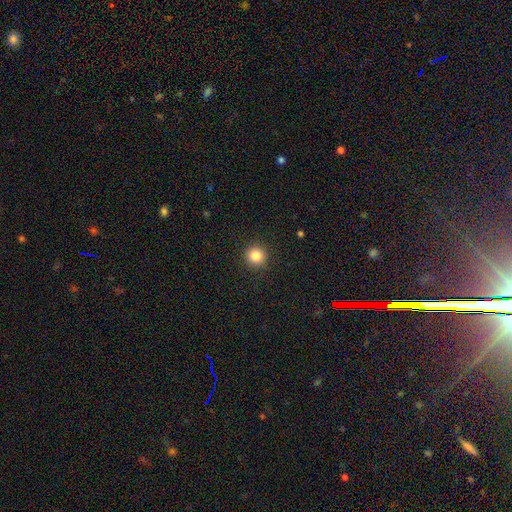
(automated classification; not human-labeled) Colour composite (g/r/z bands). It shows a smooth galaxy with no disk features (85%) that is round (95%). Merging: none (92%).